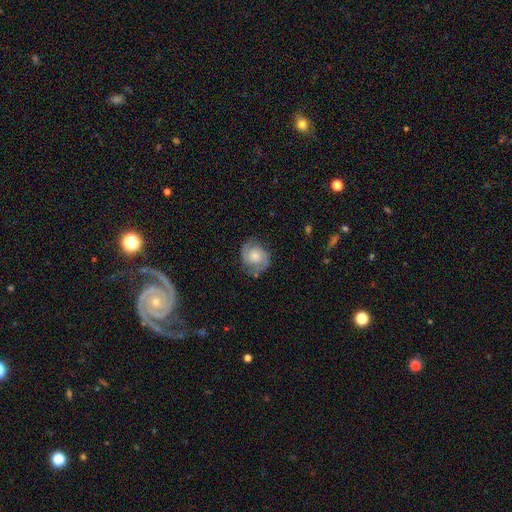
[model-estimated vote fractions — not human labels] A featured or disk galaxy (79%) with no bar (67%), 2 (88%) medium (46%) spiral arms (96%) and a moderate central bulge (55%).

Vote fractions:
- Smooth or featured? featured or disk: 79% / smooth: 14% / star or artifact: 7%
- Edge-on disk? no: 98% / yes: 2%
- Bar? no: 67% / weak: 28% / strong: 5%
- Spiral arms? yes: 96% / no: 4%
- Spiral winding? medium: 46% / tight: 42% / loose: 12%
- Spiral arm count? 2: 88% / can't tell: 5% / 3: 3% / 1: 2% / 4: 1% / more than 4: 1%
- Bulge size? moderate: 55% / small: 26% / large: 12% / none: 5% / dominant: 2%
- Merging? none: 80% / minor disturbance: 14% / major disturbance: 4% / merger: 1%